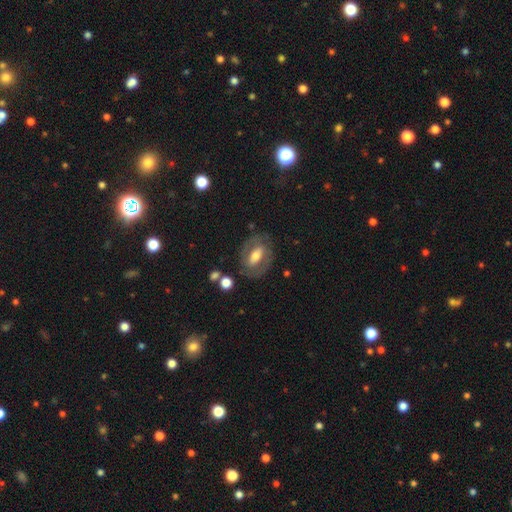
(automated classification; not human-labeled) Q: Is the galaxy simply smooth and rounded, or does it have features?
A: featured or disk — 57%.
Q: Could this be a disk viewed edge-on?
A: no — 92%.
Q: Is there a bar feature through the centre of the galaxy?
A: strong — 34%, tied with weak.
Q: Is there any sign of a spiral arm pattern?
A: no — 57%.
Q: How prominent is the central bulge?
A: moderate — 57%.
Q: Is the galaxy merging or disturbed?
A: none — 74%.